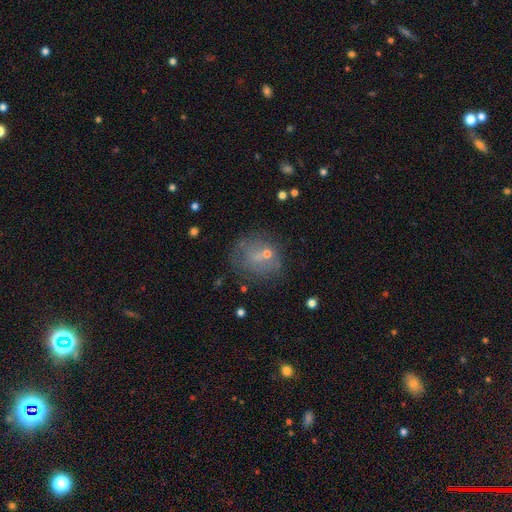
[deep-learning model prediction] Smooth or featured? smooth (51%)
How rounded? round (70%)
Merging? none (53%)